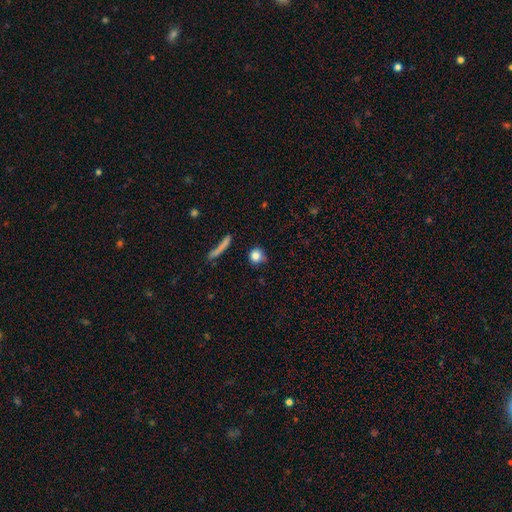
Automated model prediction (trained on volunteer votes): Smooth or featured?
  - smooth: 83% *
  - star or artifact: 9%
  - featured or disk: 8%
How rounded?
  - round: 85% *
  - in between: 11%
  - cigar-shaped: 4%
Merging?
  - none: 76% *
  - minor disturbance: 14%
  - major disturbance: 5%
  - merger: 4%